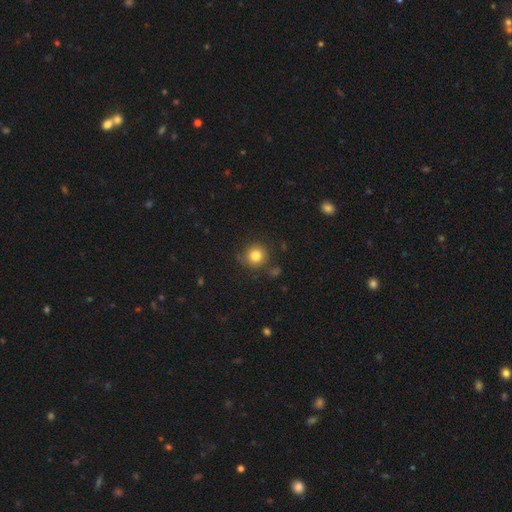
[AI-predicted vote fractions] Morphology: type=smooth (82%); roundness=round (91%); merging=none (81%).